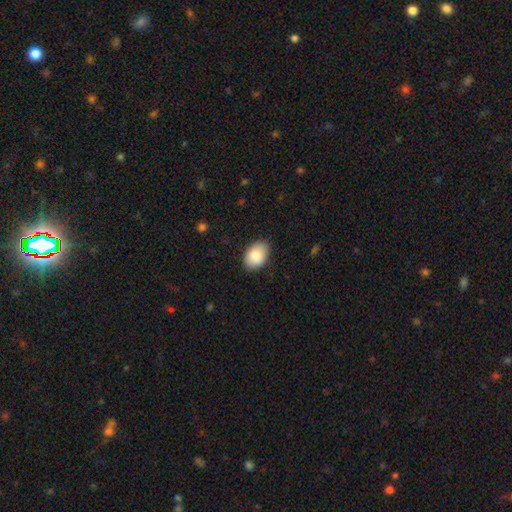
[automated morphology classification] Smooth or featured: smooth — 87% (featured or disk — 7%)
How rounded: in between — 84% (round — 15%)
Merging: none — 83% (minor disturbance — 14%)